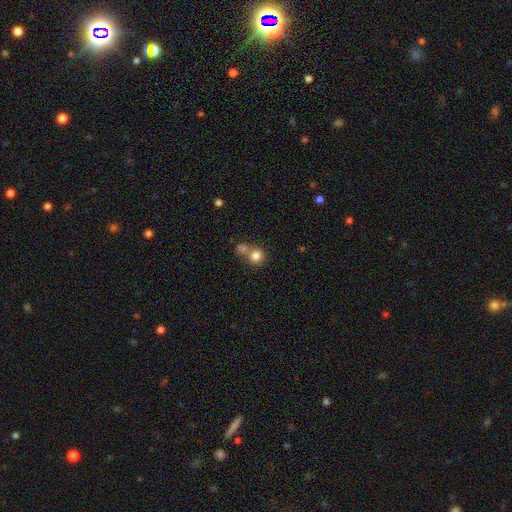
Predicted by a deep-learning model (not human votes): Q: Smooth or featured?
A: smooth (80%); runner-up: star or artifact (11%)
Q: How rounded?
A: round (86%); runner-up: in between (13%)
Q: Merging?
A: none (46%); runner-up: merger (40%)